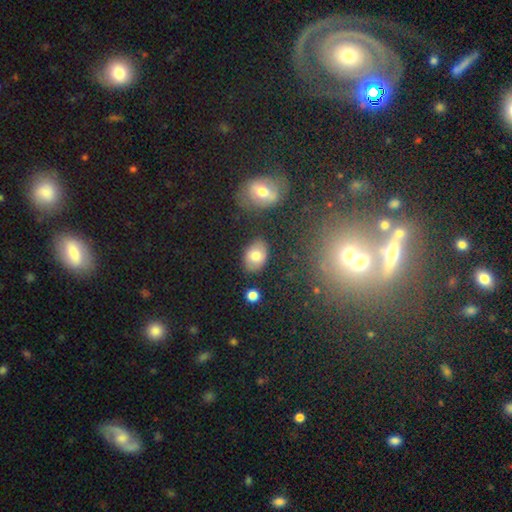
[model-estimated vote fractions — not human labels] The model was most divided on "smooth or featured": smooth: 74%, featured or disk: 17%, star or artifact: 9%. More confident: how rounded — in between (79%); merging — none (78%).